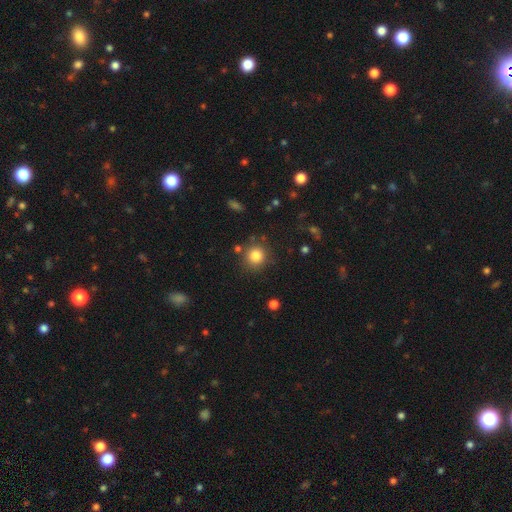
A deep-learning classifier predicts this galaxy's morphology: Smooth or featured? Predicted: smooth (p=0.82). How rounded? Predicted: round (p=0.92). Merging? Predicted: none (p=0.83).